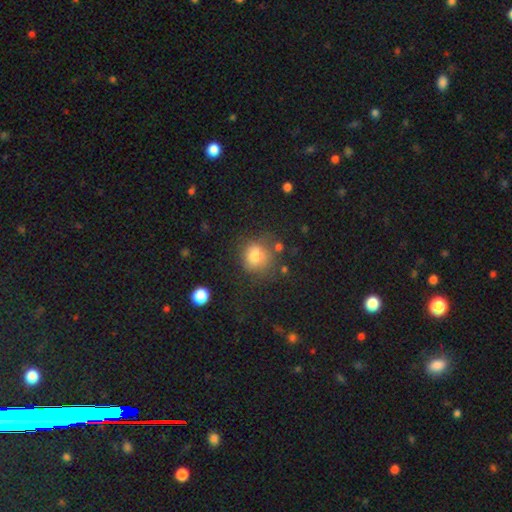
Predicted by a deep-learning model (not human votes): smooth_or_featured: smooth (p=0.79) [alt: star or artifact p=0.12]
how_rounded: round (p=0.78) [alt: in between p=0.21]
merging: none (p=0.65) [alt: minor disturbance p=0.20]